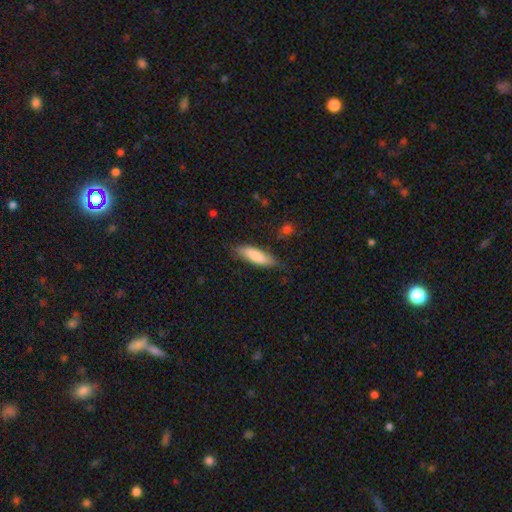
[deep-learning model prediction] Smooth or featured? Predicted: smooth (p=0.83). How rounded? Predicted: cigar-shaped (p=0.51). Merging? Predicted: none (p=0.76).